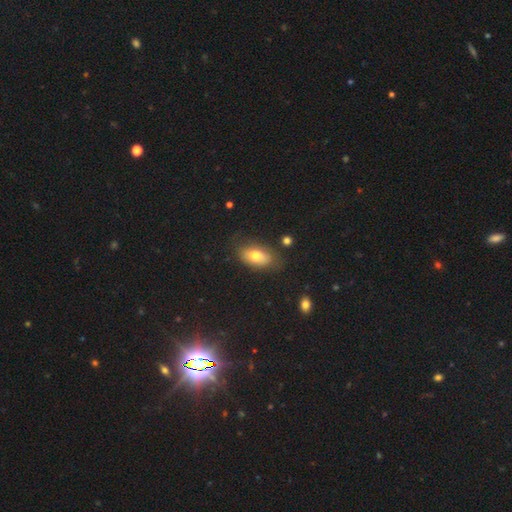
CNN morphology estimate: Overall: smooth (72%). How rounded: in between (90%). Merging: none (73%).